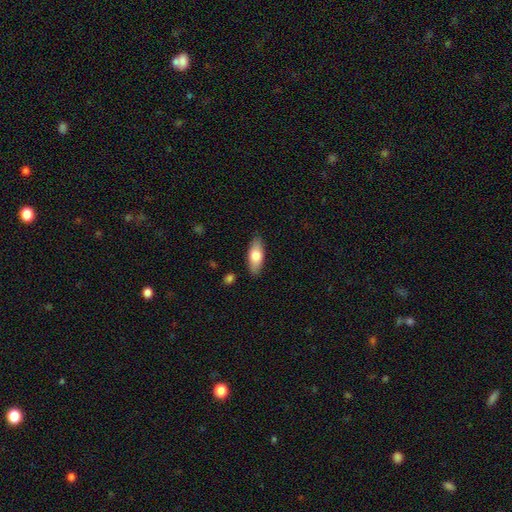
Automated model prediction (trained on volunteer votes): Smooth or featured? smooth (74%)
How rounded? in between (78%)
Merging? none (87%)